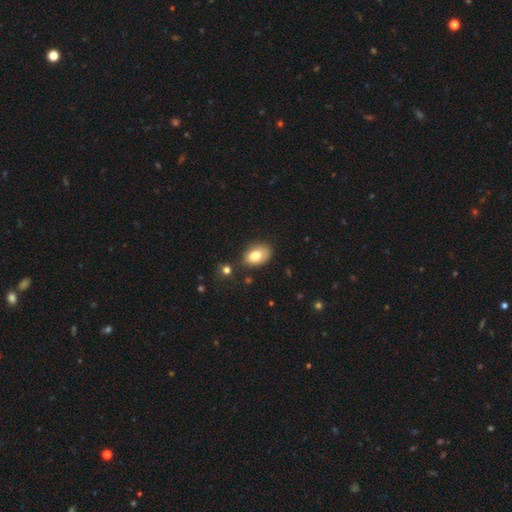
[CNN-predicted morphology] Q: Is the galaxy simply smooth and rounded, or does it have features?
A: smooth — 80%.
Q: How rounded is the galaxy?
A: in between — 87%.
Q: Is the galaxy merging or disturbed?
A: none — 64%.